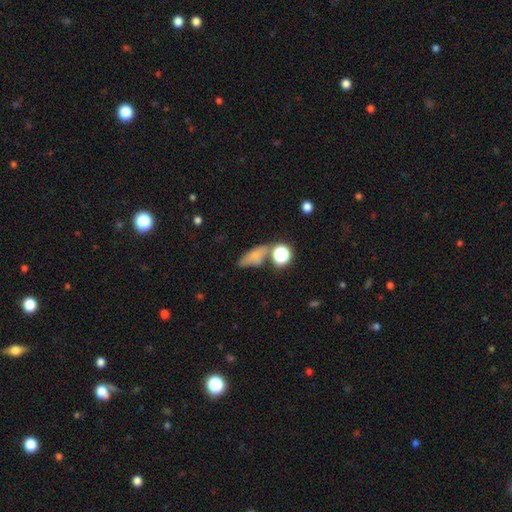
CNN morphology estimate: smooth-or-featured: smooth: 68% | featured or disk: 17% | star or artifact: 15%
  how-rounded: in between: 63% | cigar-shaped: 20% | round: 17%
  merging: none: 52% | minor disturbance: 20% | merger: 19% | major disturbance: 9%